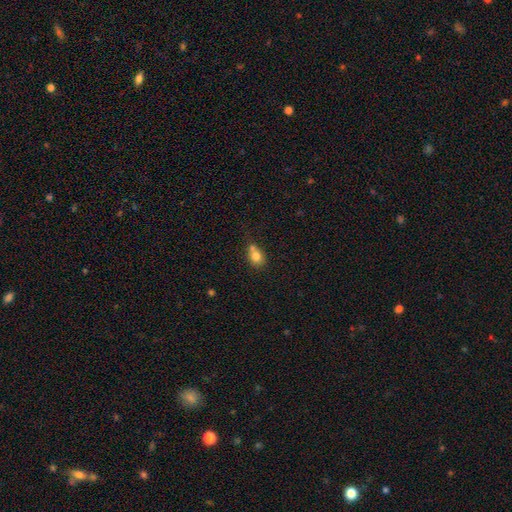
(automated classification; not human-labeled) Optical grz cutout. It shows a smooth galaxy with no disk features (78%) that is in between round and cigar-shaped (52%). Merging: none (41%).